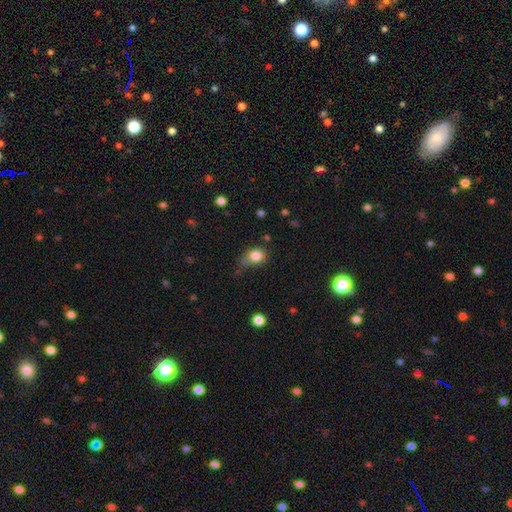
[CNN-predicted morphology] smooth-or-featured: smooth: 83% | star or artifact: 10% | featured or disk: 7%
  how-rounded: round: 58% | in between: 41% | cigar-shaped: 1%
  merging: none: 43% | minor disturbance: 36% | major disturbance: 16% | merger: 5%